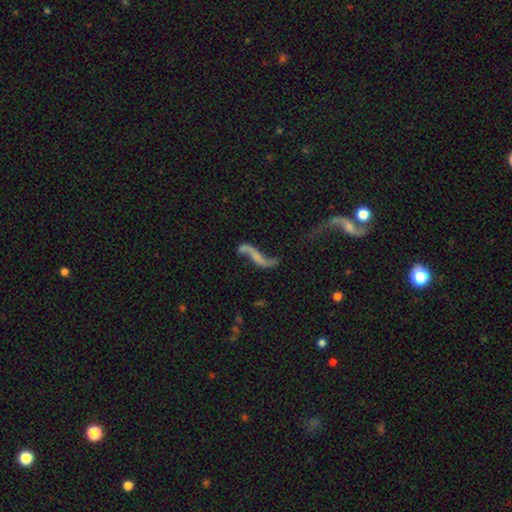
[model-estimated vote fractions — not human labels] The model was most divided on "bar": no: 46%, weak: 30%, strong: 24%. Remaining: spiral winding — loose (94%); edge-on disk — no (88%); spiral arm count — 2 (86%); spiral arms — yes (82%); smooth or featured — featured or disk (74%); bulge size — none (61%); merging — none (40%).